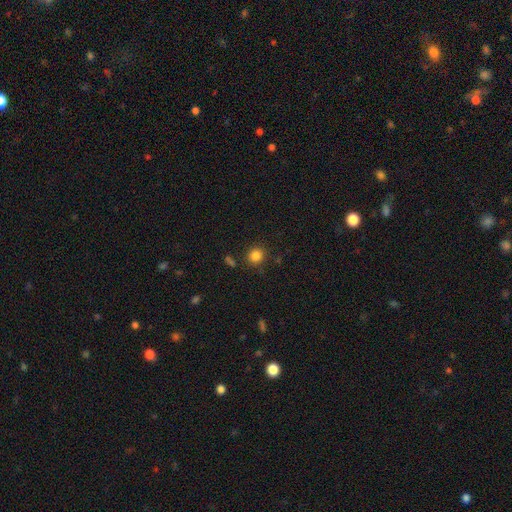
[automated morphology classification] This appears to be a smooth galaxy with no disk features (84%) that is round (84%). Merging: none (85%).